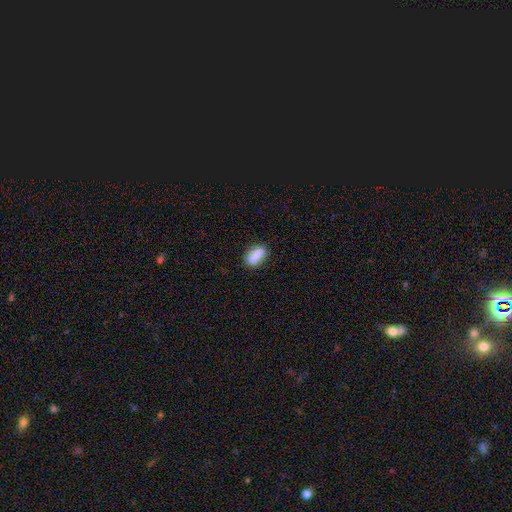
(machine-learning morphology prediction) Smooth or featured: smooth — 85% (featured or disk — 7%)
How rounded: in between — 84% (cigar-shaped — 9%)
Merging: none — 82% (minor disturbance — 14%)